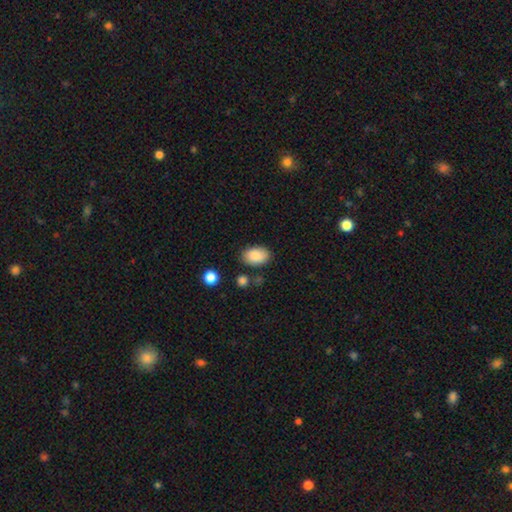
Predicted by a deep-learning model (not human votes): Morphology: type=smooth (88%); roundness=in between (86%); merging=none (79%).